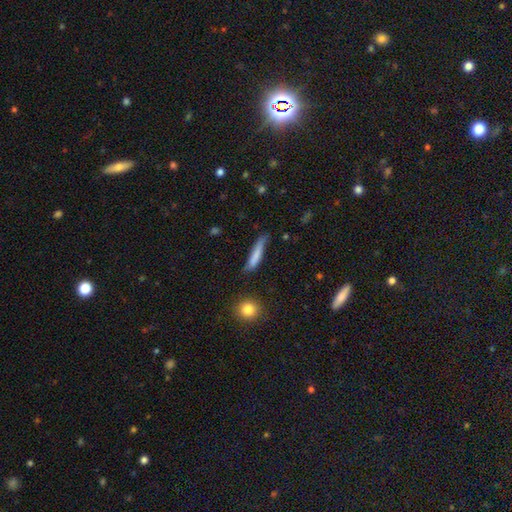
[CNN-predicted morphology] type=smooth (72%); roundness=cigar-shaped (90%); merging=none (64%).